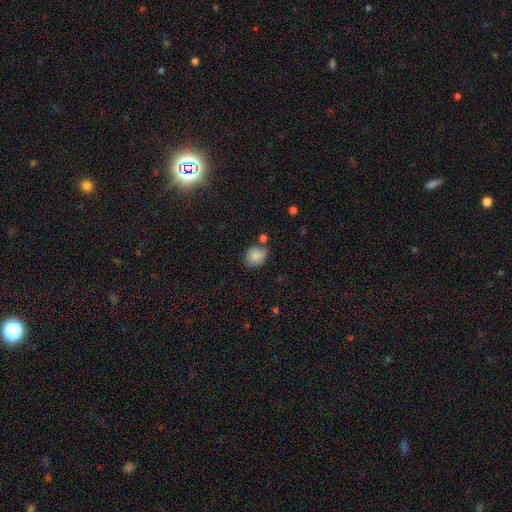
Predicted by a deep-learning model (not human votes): Morphology: type=smooth (86%); roundness=round (68%); merging=none (65%).